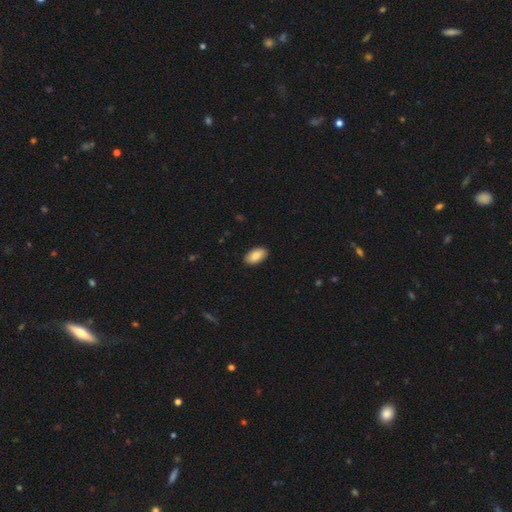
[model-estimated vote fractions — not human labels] Q: Smooth or featured?
A: smooth (89%); runner-up: star or artifact (6%)
Q: How rounded?
A: in between (95%); runner-up: round (3%)
Q: Merging?
A: none (90%); runner-up: minor disturbance (7%)